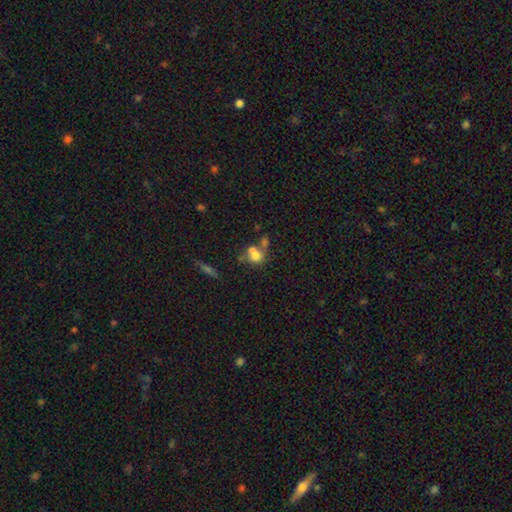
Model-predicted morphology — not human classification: This appears to be a smooth galaxy with no disk features (67%) that is round (64%). Merging: merger (53%).